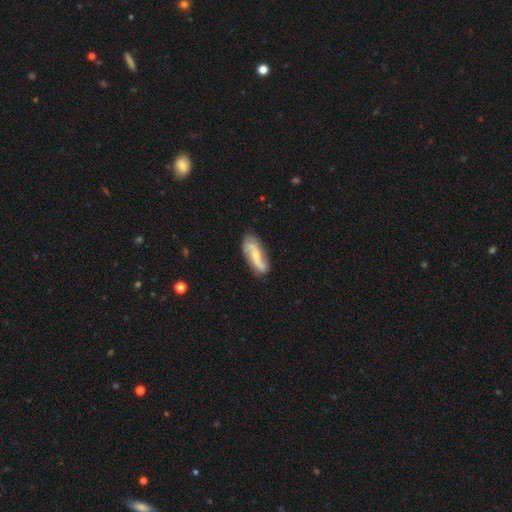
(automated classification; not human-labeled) Q: Smooth or featured?
A: featured or disk (72%); runner-up: smooth (23%)
Q: Edge-on disk?
A: no (91%); runner-up: yes (9%)
Q: Bar?
A: no (45%); runner-up: weak (39%)
Q: Spiral arms?
A: yes (93%); runner-up: no (7%)
Q: Spiral winding?
A: loose (65%); runner-up: medium (25%)
Q: Spiral arm count?
A: 2 (89%); runner-up: can't tell (5%)
Q: Bulge size?
A: small (50%); runner-up: moderate (40%)
Q: Merging?
A: none (77%); runner-up: minor disturbance (17%)